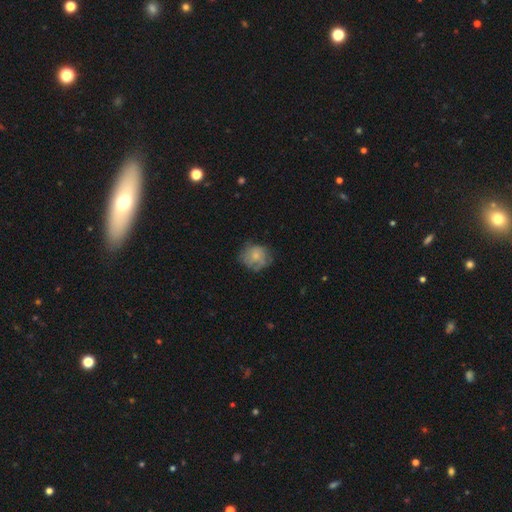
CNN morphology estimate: Q: Smooth or featured?
A: smooth (57%); runner-up: featured or disk (34%)
Q: How rounded?
A: round (74%); runner-up: in between (25%)
Q: Merging?
A: none (59%); runner-up: minor disturbance (26%)